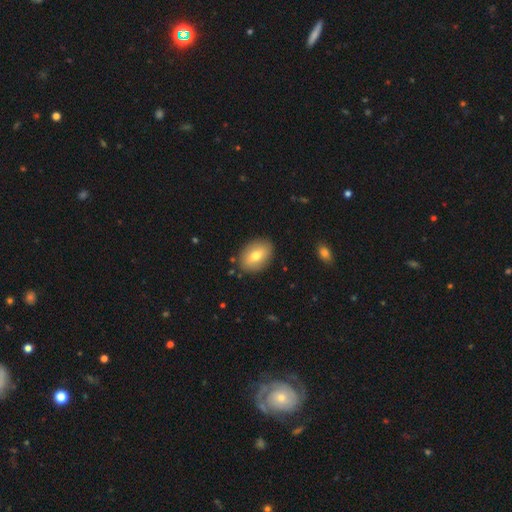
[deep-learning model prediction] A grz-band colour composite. It shows a smooth galaxy with no disk features (71%) that is in between round and cigar-shaped (84%). Merging: none (87%).